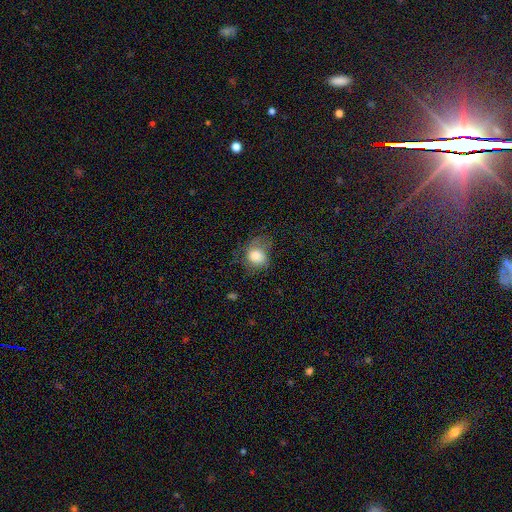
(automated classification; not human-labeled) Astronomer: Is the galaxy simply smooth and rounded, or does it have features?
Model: smooth — 75%.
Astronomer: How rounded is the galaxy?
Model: round — 59% (runner-up: in between, 40%).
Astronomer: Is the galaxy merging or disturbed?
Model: none — 42% (runner-up: minor disturbance, 30%).